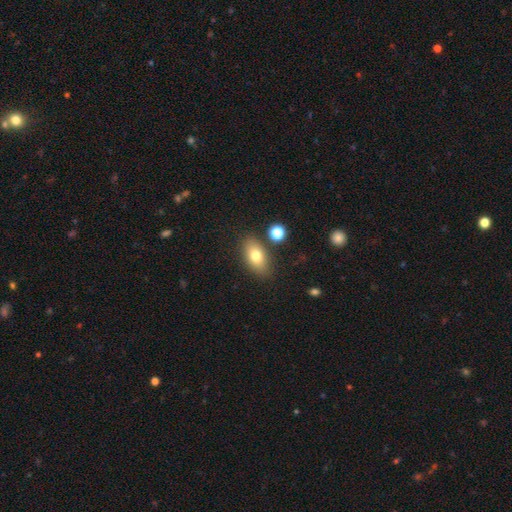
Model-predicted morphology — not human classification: Smooth or featured? smooth (76%)
How rounded? in between (88%)
Merging? none (81%)